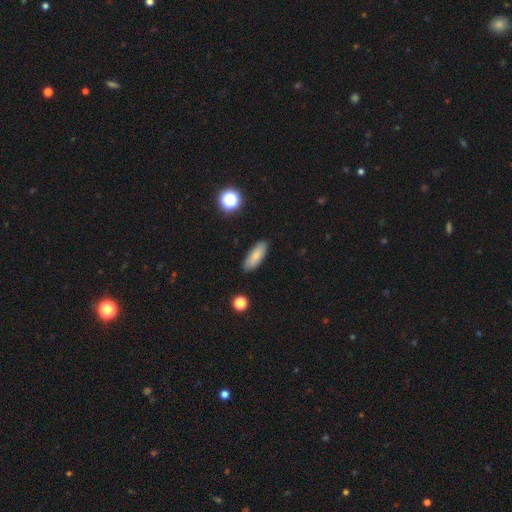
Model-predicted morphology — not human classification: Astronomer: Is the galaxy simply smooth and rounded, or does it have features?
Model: smooth — 80%.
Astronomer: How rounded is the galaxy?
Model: in between — 67%.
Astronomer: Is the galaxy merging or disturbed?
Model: none — 86%.